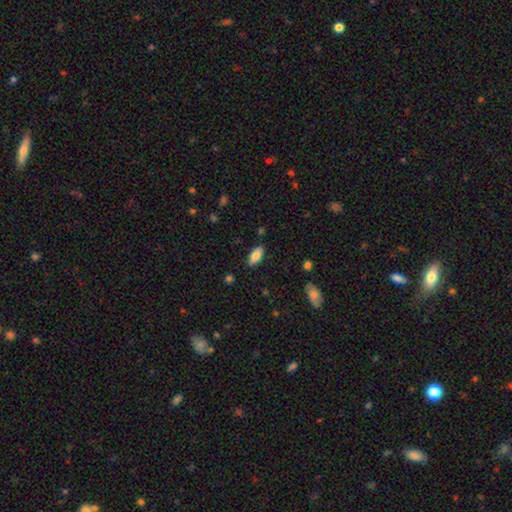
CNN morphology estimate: smooth 81%, featured or disk 12%, star or artifact 7%. Down the decision tree: how rounded — in between (87%); merging — none (86%).